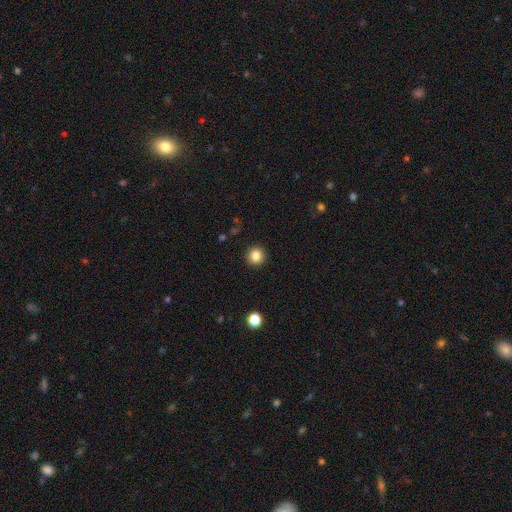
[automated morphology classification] Overall: smooth (85%). How rounded: round (92%). Merging: none (92%).